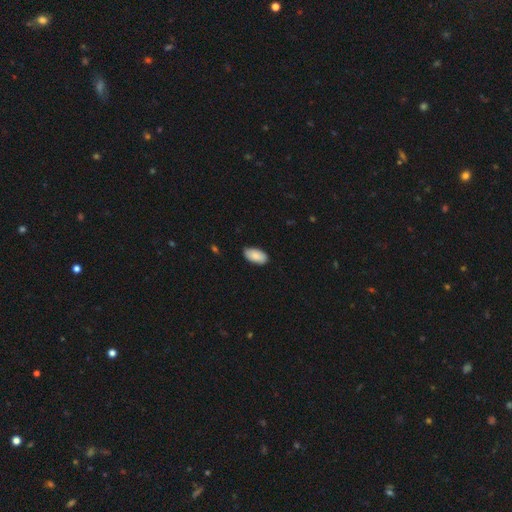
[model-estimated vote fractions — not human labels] Smooth or featured: smooth — 88% (star or artifact — 6%)
How rounded: in between — 95% (cigar-shaped — 2%)
Merging: none — 87% (minor disturbance — 11%)